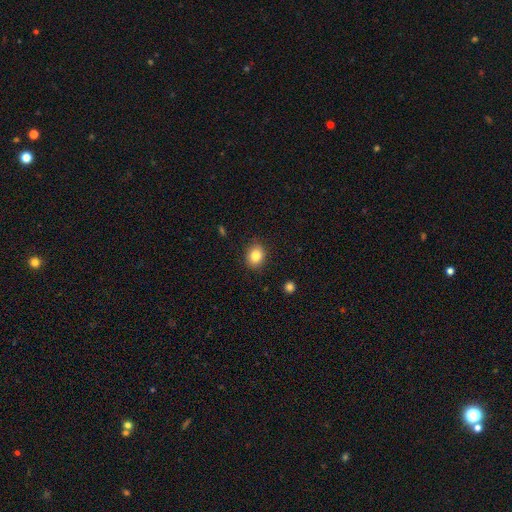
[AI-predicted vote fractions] A smooth galaxy with no disk features (83%) that is round (55%).

Vote fractions:
- Smooth or featured? smooth: 83% / star or artifact: 10% / featured or disk: 7%
- How rounded? round: 55% / in between: 44% / cigar-shaped: 1%
- Merging? none: 88% / minor disturbance: 8% / major disturbance: 2% / merger: 1%